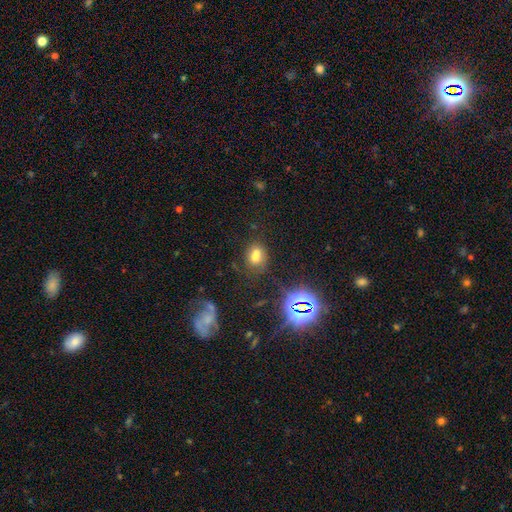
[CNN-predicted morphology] Overall: smooth (61%; star or artifact 24%). How rounded: in between (59%; round 39%). Merging: none (45%; merger 35%).